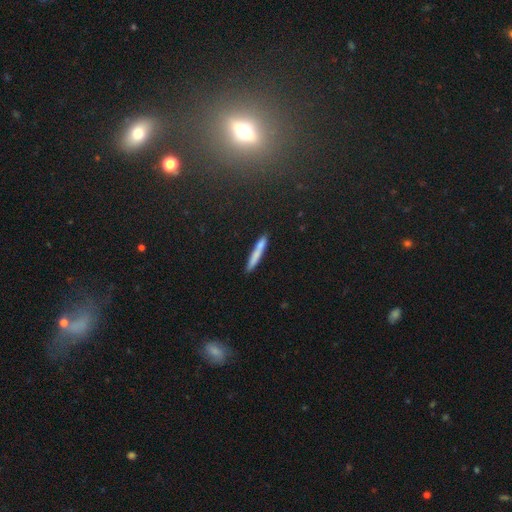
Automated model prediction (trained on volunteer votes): A smooth galaxy with no disk features (74%) that is cigar-shaped (95%). Merging: none (83%).